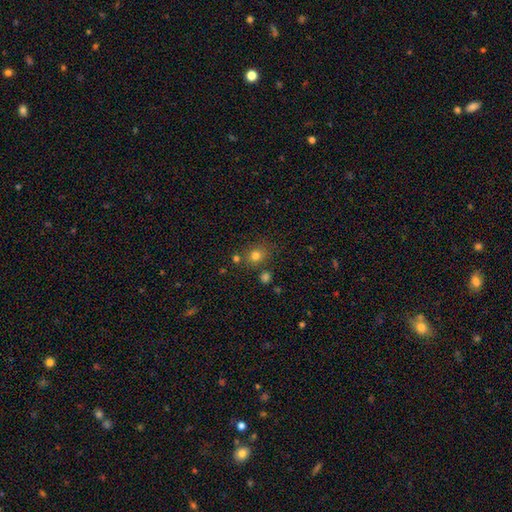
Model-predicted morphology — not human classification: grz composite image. It shows a smooth galaxy with no disk features (77%) that is round (71%). Merging: none (74%).